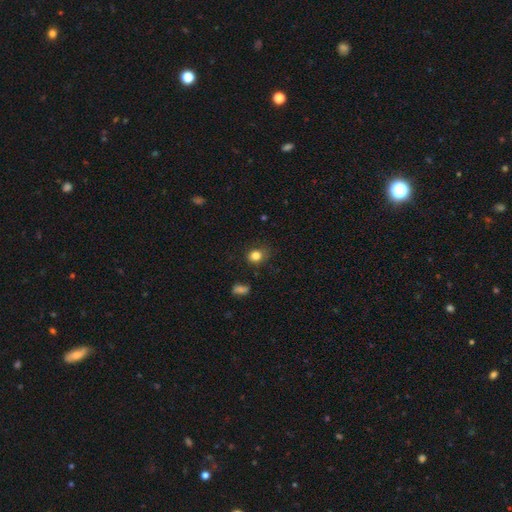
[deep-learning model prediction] This is clearly a smooth galaxy (83%). How rounded: likely round (63%). Merging: likely none (70%).